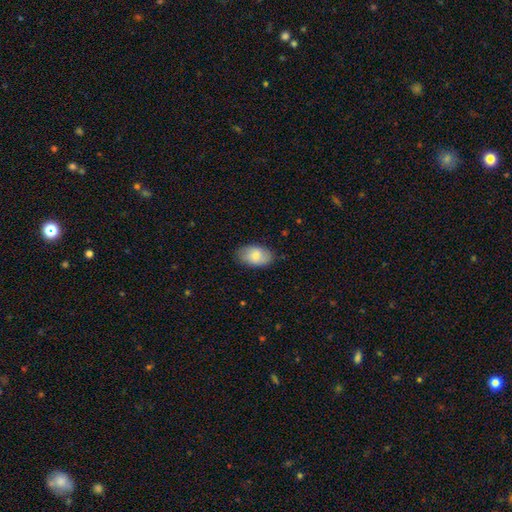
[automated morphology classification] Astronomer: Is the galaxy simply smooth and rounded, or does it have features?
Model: smooth — 79%.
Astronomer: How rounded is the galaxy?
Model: in between — 92%.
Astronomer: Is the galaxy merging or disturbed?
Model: none — 83%.